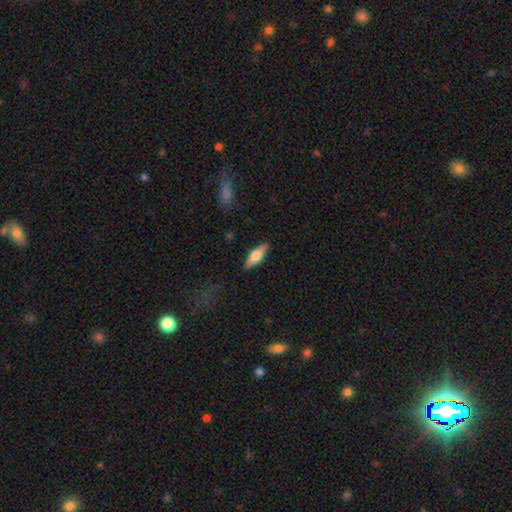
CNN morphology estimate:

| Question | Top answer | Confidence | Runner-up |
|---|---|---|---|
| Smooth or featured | smooth | 58% | featured or disk (36%) |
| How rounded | in between | 51% | cigar-shaped (46%) |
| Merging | none | 88% | minor disturbance (9%) |